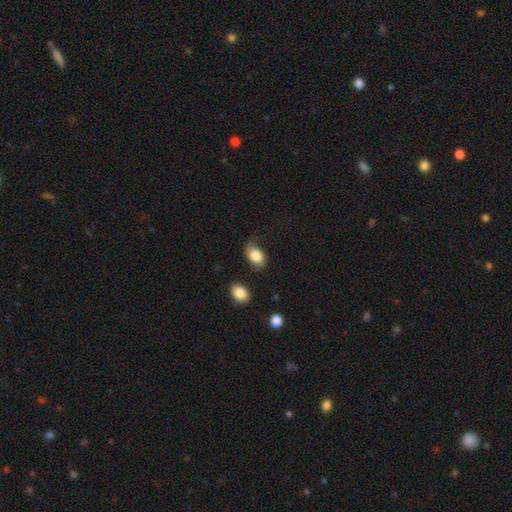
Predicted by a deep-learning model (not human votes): Q: Smooth or featured?
A: smooth (82%); runner-up: featured or disk (11%)
Q: How rounded?
A: in between (81%); runner-up: round (18%)
Q: Merging?
A: none (59%); runner-up: minor disturbance (27%)